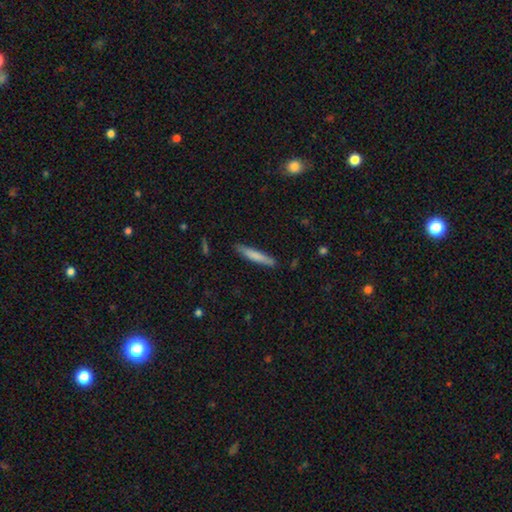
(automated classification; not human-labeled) Smooth or featured? Predicted: smooth (p=0.73). How rounded? Predicted: cigar-shaped (p=0.93). Merging? Predicted: none (p=0.84).